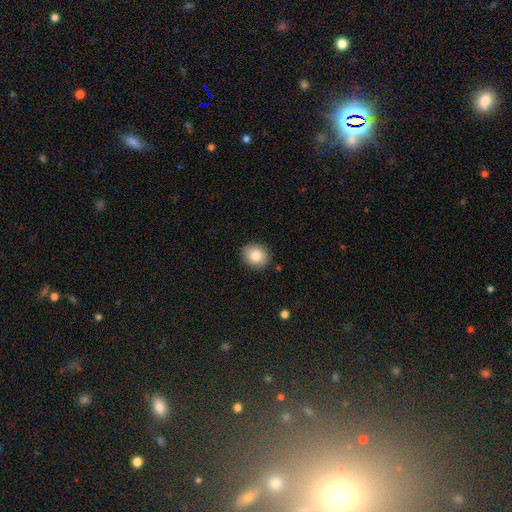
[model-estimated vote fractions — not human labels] Overall: smooth (85%). How rounded: round (70%). Merging: none (87%).